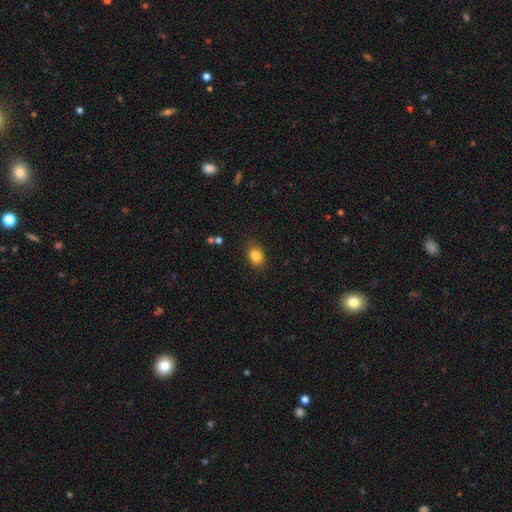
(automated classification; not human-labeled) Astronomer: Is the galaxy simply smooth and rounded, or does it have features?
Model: smooth — 84%.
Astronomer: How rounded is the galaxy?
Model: in between — 55% (runner-up: round, 44%).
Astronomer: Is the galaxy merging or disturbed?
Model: none — 86%.